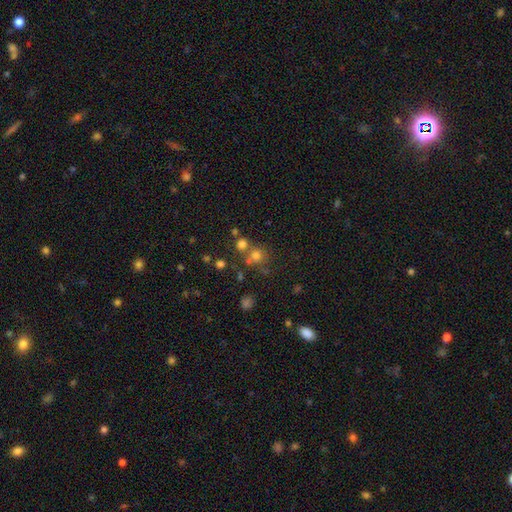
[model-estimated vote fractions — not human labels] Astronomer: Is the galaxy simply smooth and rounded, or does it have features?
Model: smooth — 71%.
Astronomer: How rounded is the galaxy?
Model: round — 88%.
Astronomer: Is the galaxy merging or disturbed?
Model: none — 59%.